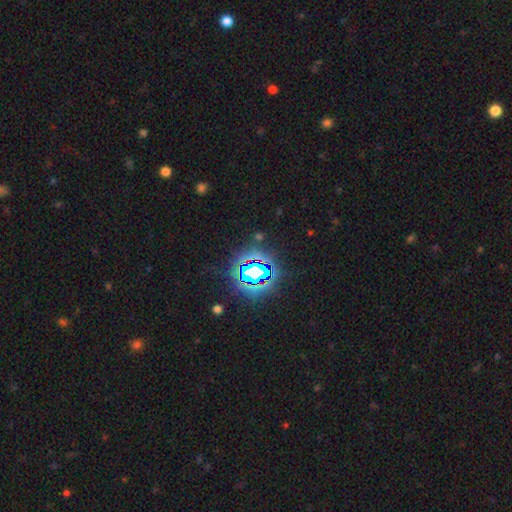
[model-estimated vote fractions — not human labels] Smooth or featured? star or artifact (84%)